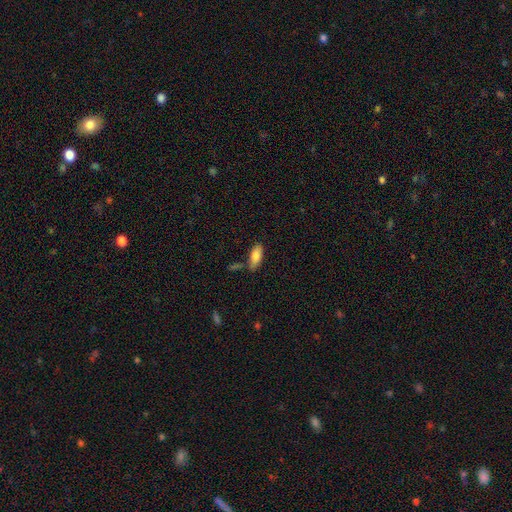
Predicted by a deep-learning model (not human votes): This appears to be a smooth galaxy with no disk features (82%) that is in between round and cigar-shaped (84%). Merging: none (67%).